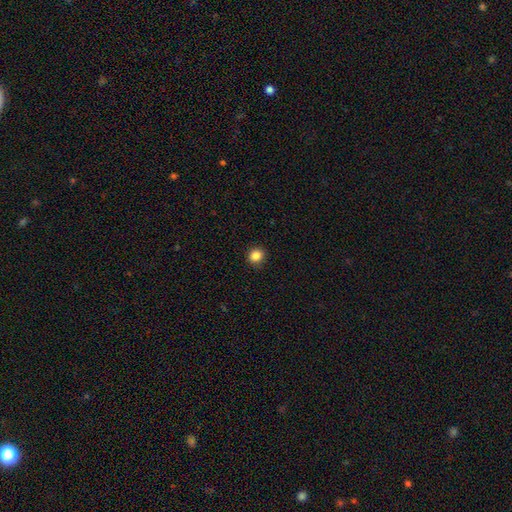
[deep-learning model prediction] A smooth galaxy with no disk features (86%) that is round (85%).

Vote fractions:
- Smooth or featured? smooth: 86% / star or artifact: 11% / featured or disk: 3%
- How rounded? round: 85% / in between: 14% / cigar-shaped: 1%
- Merging? none: 90% / minor disturbance: 7% / major disturbance: 2% / merger: 1%